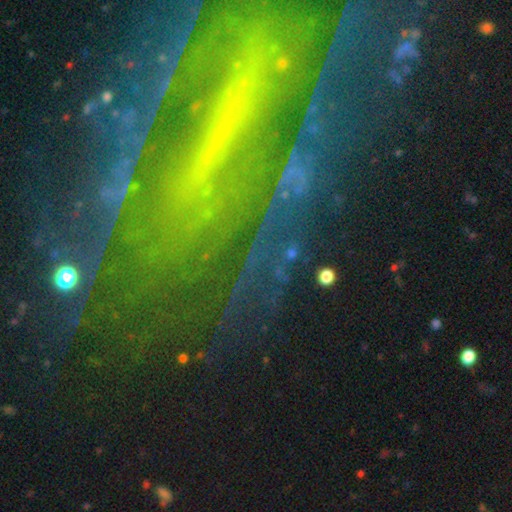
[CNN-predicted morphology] Overall: featured or disk (69%). Edge-on disk: no (82%). Bar: strong (51%; weak 27%). Spiral arms: yes (76%). Bulge size: small (44%; moderate 26%). Merging: none (69%).